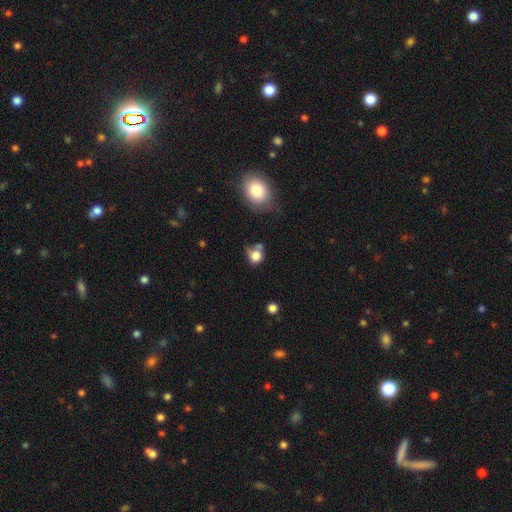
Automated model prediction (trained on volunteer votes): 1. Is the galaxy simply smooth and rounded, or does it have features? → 80% smooth, 11% star or artifact, 10% featured or disk.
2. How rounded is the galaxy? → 71% round, 28% in between, 1% cigar-shaped.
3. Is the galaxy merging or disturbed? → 46% none, 22% minor disturbance, 21% merger, 10% major disturbance.